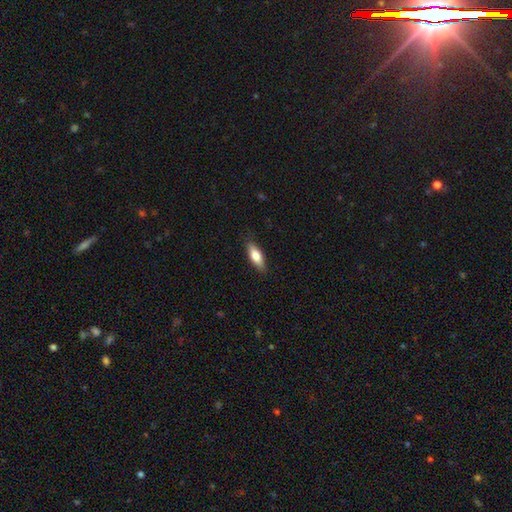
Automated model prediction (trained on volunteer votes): The model was most divided on "how rounded": in between: 64%, cigar-shaped: 33%, round: 2%. More confident: merging — none (85%); smooth or featured — smooth (74%).